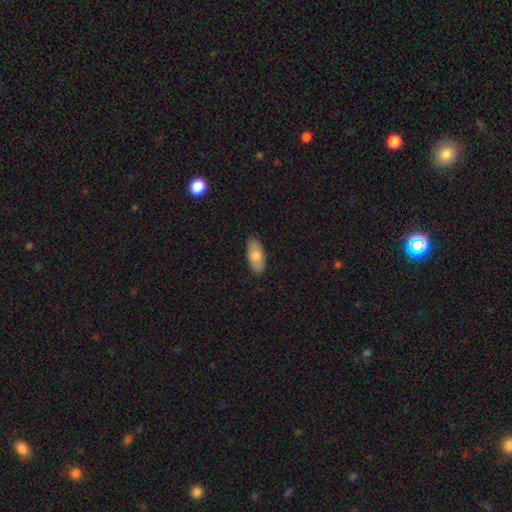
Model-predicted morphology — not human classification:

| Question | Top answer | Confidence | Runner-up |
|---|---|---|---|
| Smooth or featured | smooth | 77% | featured or disk (17%) |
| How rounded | in between | 89% | cigar-shaped (9%) |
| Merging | none | 87% | minor disturbance (10%) |